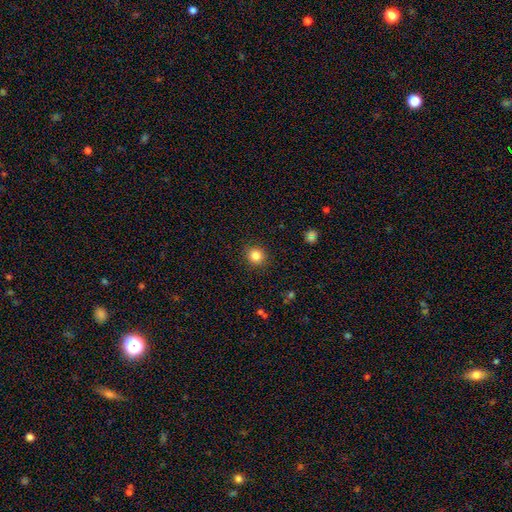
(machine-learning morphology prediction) Smooth or featured? smooth (84%)
How rounded? round (89%)
Merging? none (90%)